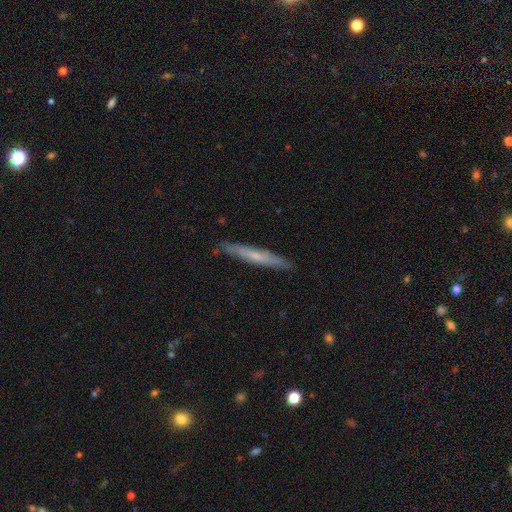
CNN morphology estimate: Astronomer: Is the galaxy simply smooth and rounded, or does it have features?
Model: featured or disk — 51% (runner-up: smooth, 43%).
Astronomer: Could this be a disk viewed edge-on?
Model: yes — 90%.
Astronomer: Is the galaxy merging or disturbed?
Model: none — 86%.